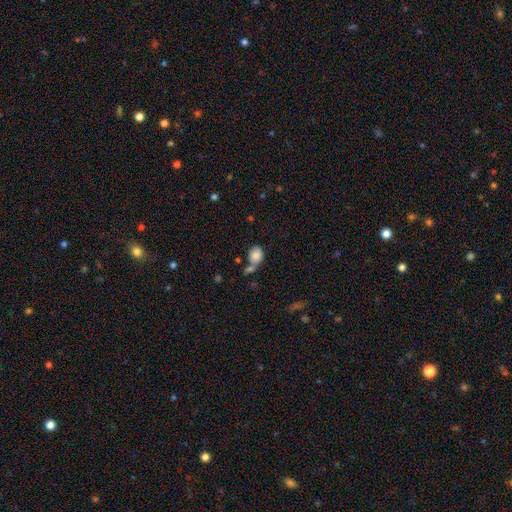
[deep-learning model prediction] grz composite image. It shows a smooth galaxy with no disk features (83%) that is round (56%). Merging: none (44%).